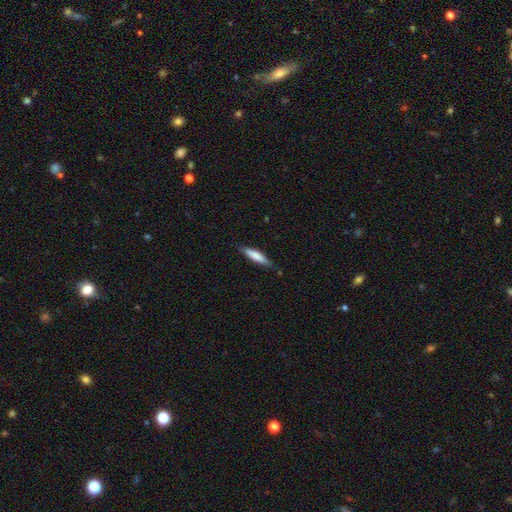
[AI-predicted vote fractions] smooth_or_featured: smooth (p=0.73) [alt: featured or disk p=0.22]
how_rounded: cigar-shaped (p=0.79) [alt: in between p=0.19]
merging: none (p=0.80) [alt: minor disturbance p=0.15]